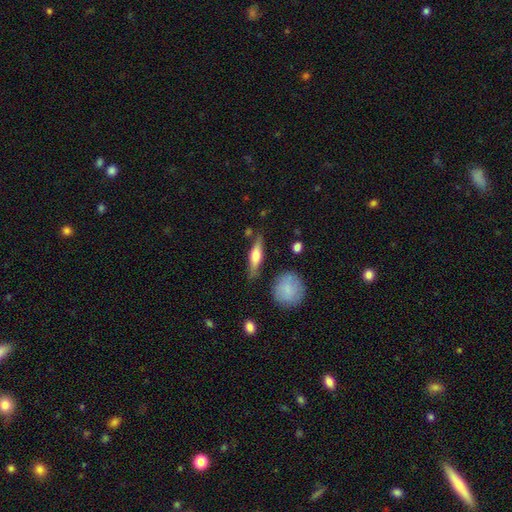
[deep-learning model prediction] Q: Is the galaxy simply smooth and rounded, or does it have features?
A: smooth — 49%.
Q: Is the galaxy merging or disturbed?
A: none — 77%.